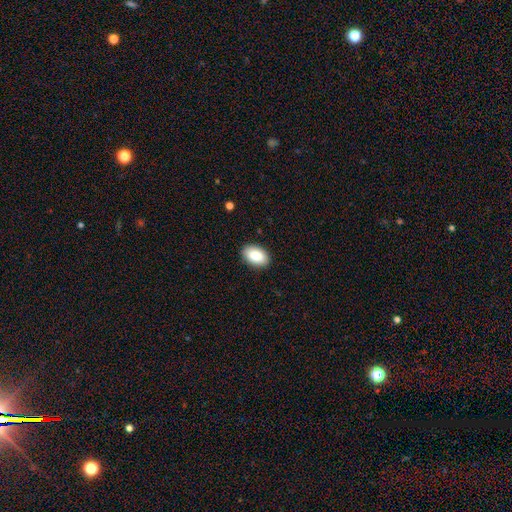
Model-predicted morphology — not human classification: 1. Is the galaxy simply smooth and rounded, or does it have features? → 86% smooth, 8% featured or disk, 7% star or artifact.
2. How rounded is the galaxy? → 92% in between, 7% round, 1% cigar-shaped.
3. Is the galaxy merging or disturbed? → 90% none, 7% minor disturbance, 2% major disturbance, 1% merger.